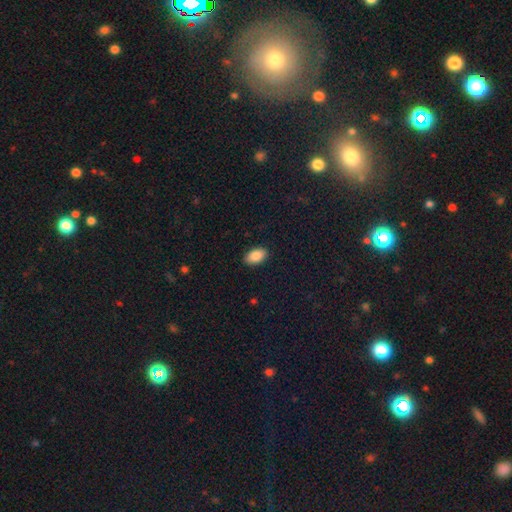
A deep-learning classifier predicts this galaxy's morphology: Smooth or featured?
  - smooth: 87% *
  - star or artifact: 7%
  - featured or disk: 5%
How rounded?
  - in between: 93% *
  - round: 6%
  - cigar-shaped: 2%
Merging?
  - none: 89% *
  - minor disturbance: 8%
  - major disturbance: 2%
  - merger: 1%